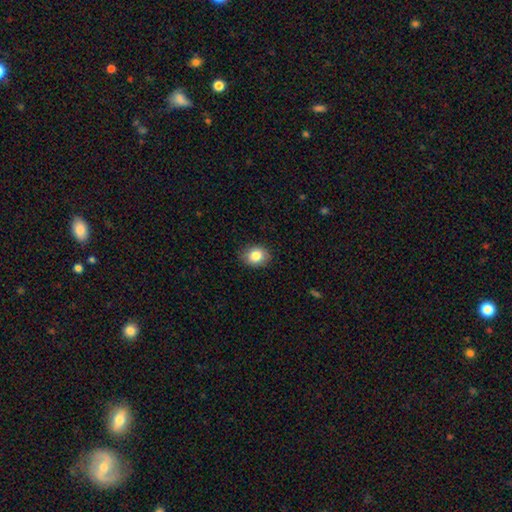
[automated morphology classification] smooth-or-featured: smooth: 84% | star or artifact: 9% | featured or disk: 7%
  how-rounded: round: 50% | in between: 49% | cigar-shaped: 1%
  merging: none: 86% | minor disturbance: 10% | major disturbance: 2% | merger: 1%